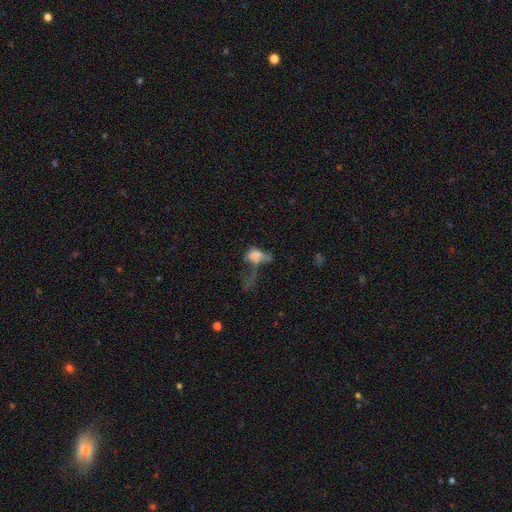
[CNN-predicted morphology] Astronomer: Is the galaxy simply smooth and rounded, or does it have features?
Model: smooth — 57%.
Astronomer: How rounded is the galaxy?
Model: in between — 80%.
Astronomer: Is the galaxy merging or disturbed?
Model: major disturbance — 49% (runner-up: merger, 28%).